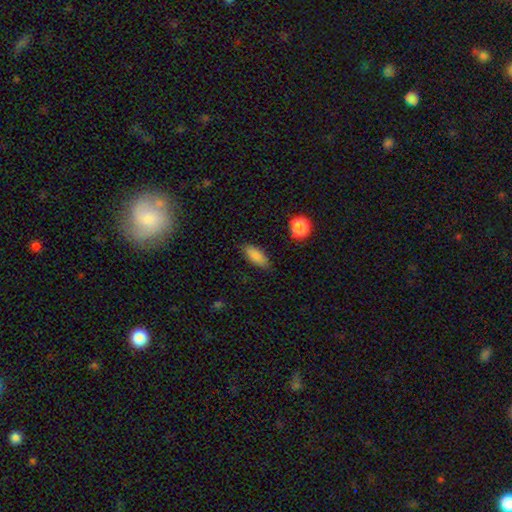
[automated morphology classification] type=smooth (86%); roundness=in between (81%); merging=none (81%).